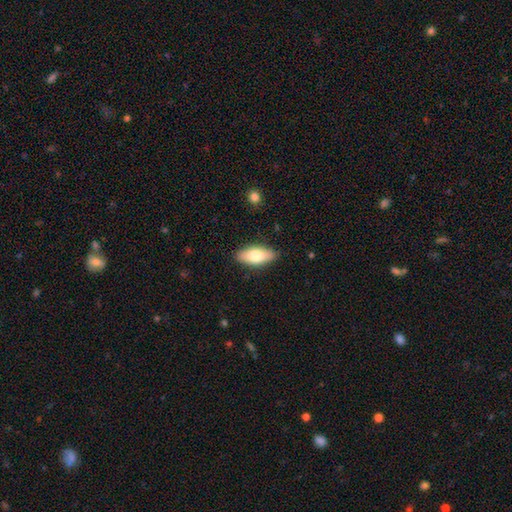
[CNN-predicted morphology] Smooth or featured?
  - smooth: 74% *
  - featured or disk: 20%
  - star or artifact: 6%
How rounded?
  - in between: 83% *
  - cigar-shaped: 14%
  - round: 3%
Merging?
  - none: 86% *
  - minor disturbance: 11%
  - major disturbance: 2%
  - merger: 1%